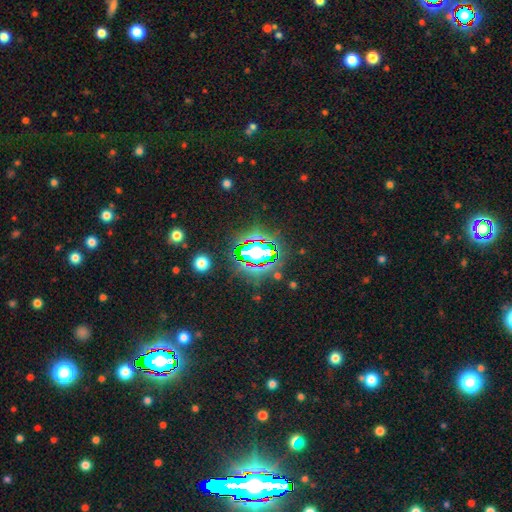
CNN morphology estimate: A star or artifact, not a galaxy (80%).

Vote fractions:
- Smooth or featured? star or artifact: 80% / smooth: 12% / featured or disk: 8%